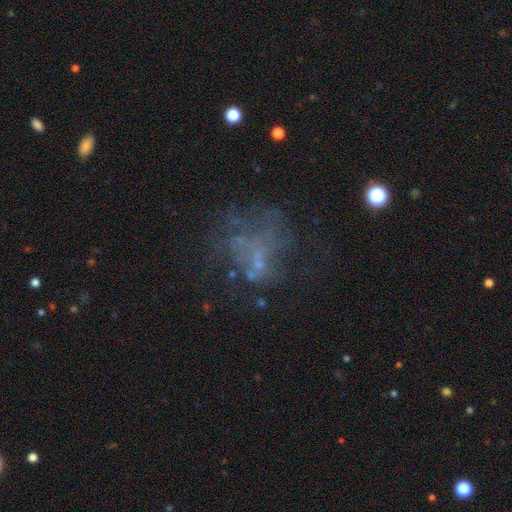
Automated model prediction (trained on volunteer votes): Smooth or featured? Predicted: featured or disk (p=0.48). Merging? Predicted: none (p=0.44).